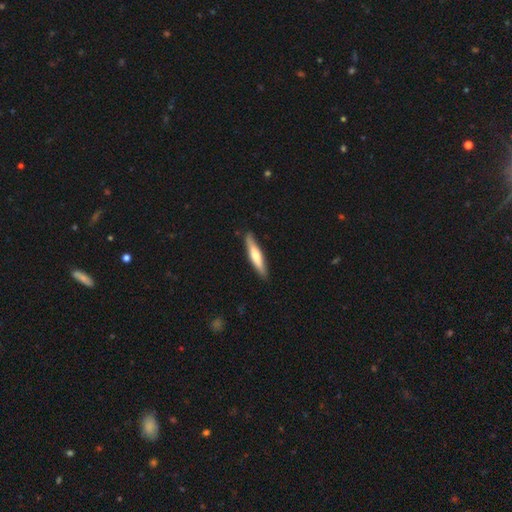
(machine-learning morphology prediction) Smooth or featured: smooth — 57% (featured or disk — 39%)
How rounded: cigar-shaped — 87% (in between — 11%)
Merging: none — 86% (minor disturbance — 11%)